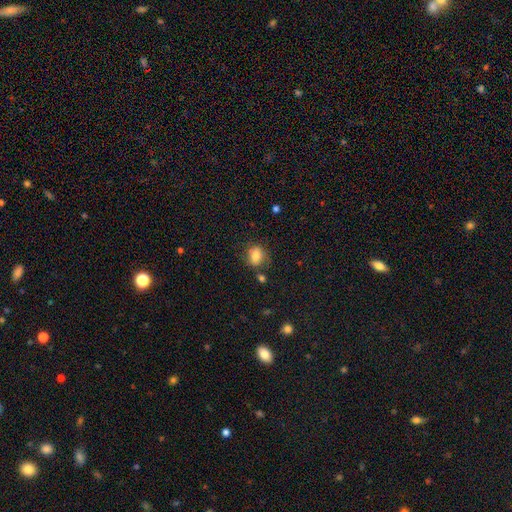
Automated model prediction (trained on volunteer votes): Overall: smooth (76%). How rounded: in between (51%; round 47%). Merging: none (69%).